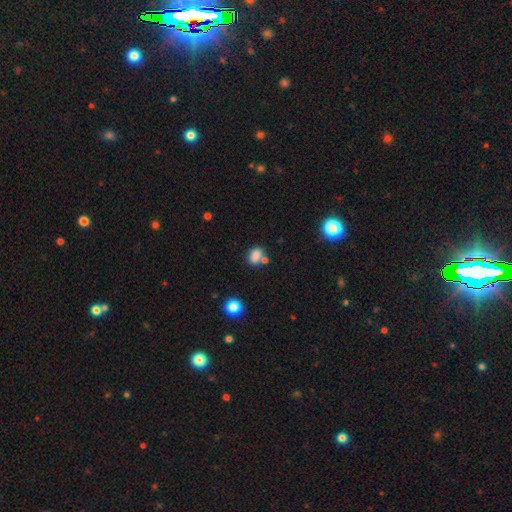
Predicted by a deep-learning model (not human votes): Q: Smooth or featured?
A: smooth (80%); runner-up: star or artifact (12%)
Q: How rounded?
A: in between (64%); runner-up: round (34%)
Q: Merging?
A: none (54%); runner-up: merger (25%)